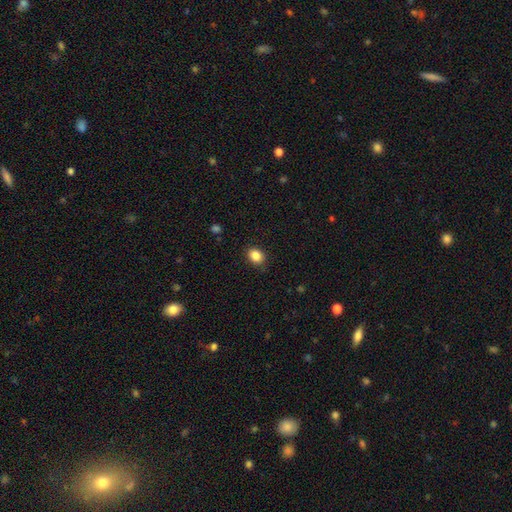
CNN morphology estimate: This is clearly a smooth galaxy (86%). How rounded: possibly in between (53%). Merging: clearly none (86%).